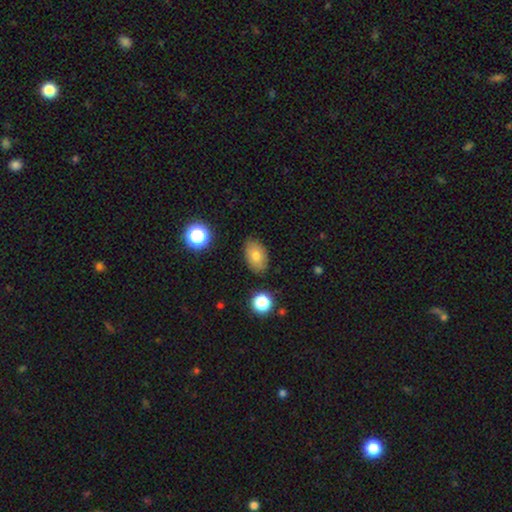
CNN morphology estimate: Smooth or featured?
  - smooth: 76% *
  - featured or disk: 14%
  - star or artifact: 10%
How rounded?
  - in between: 86% *
  - round: 13%
  - cigar-shaped: 1%
Merging?
  - none: 83% *
  - minor disturbance: 12%
  - major disturbance: 3%
  - merger: 2%